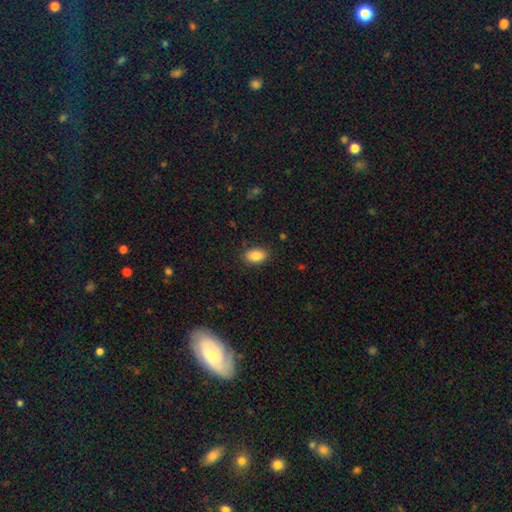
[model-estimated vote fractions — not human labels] Smooth or featured: smooth — 86% (star or artifact — 8%)
How rounded: in between — 88% (round — 11%)
Merging: none — 86% (minor disturbance — 11%)